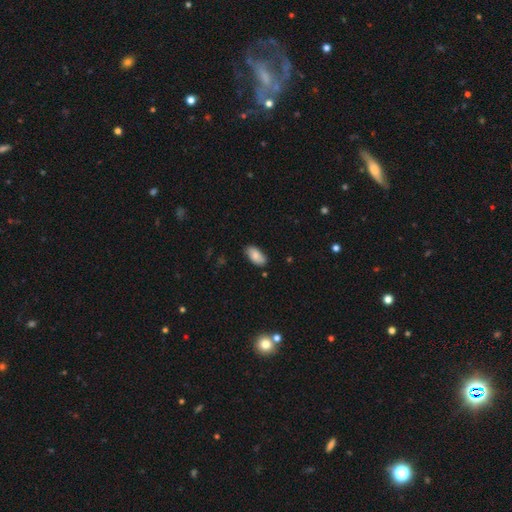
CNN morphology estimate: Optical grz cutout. It shows a smooth galaxy with no disk features (82%) that is in between round and cigar-shaped (94%). Merging: none (80%).